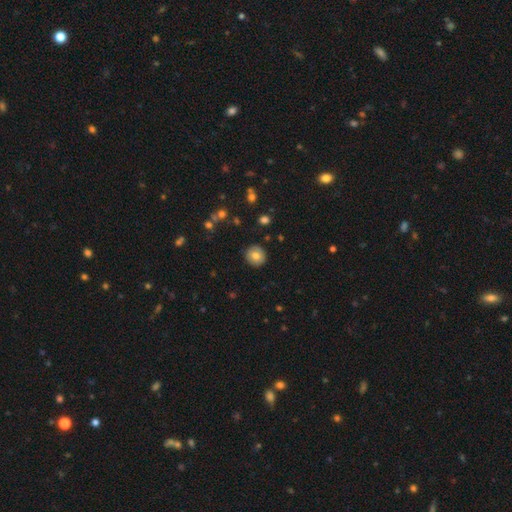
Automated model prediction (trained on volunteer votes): Smooth or featured? Predicted: smooth (p=0.76). How rounded? Predicted: round (p=0.92). Merging? Predicted: none (p=0.90).